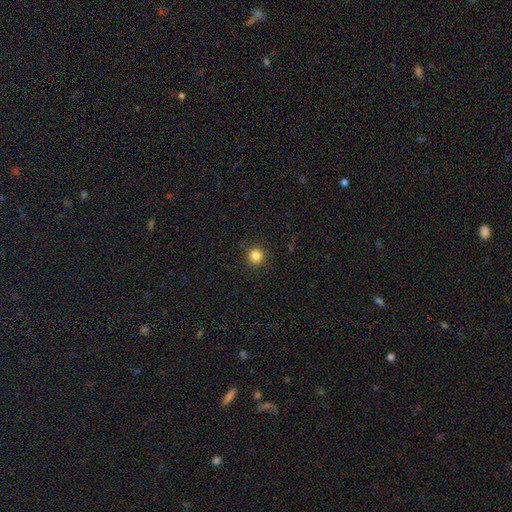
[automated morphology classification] This appears to be a smooth galaxy with no disk features (84%) that is round (94%). Merging: none (90%).